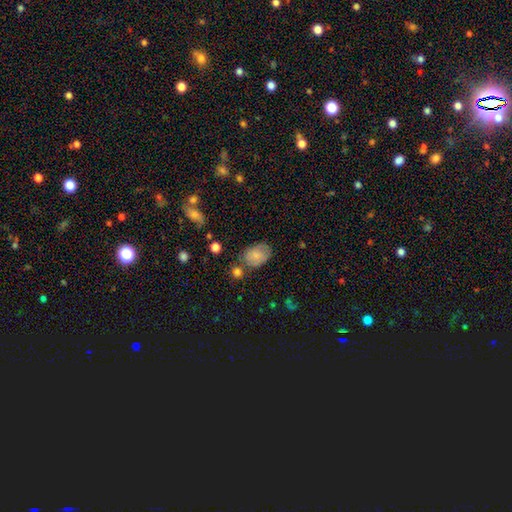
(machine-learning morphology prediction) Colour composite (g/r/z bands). It shows a smooth galaxy with no disk features (78%) that is in between round and cigar-shaped (79%). Merging: none (58%).